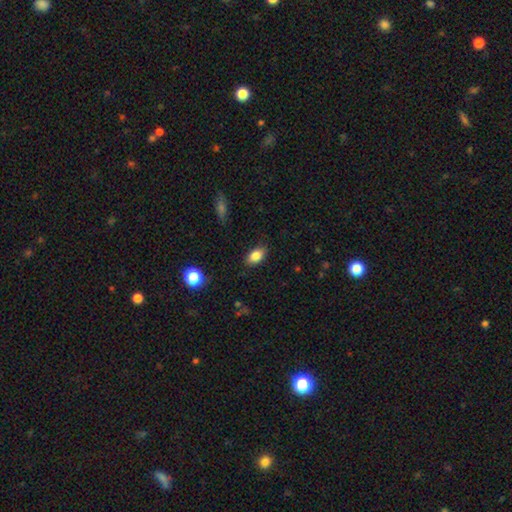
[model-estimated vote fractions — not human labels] smooth_or_featured: smooth (p=0.84) [alt: star or artifact p=0.09]
how_rounded: in between (p=0.88) [alt: round p=0.10]
merging: none (p=0.84) [alt: minor disturbance p=0.12]